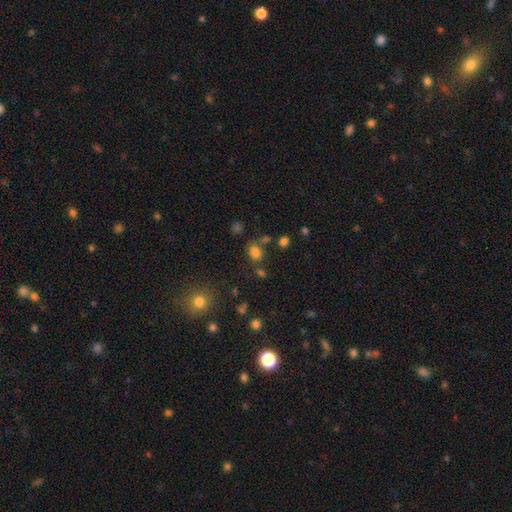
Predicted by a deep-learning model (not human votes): smooth 66%, star or artifact 27%, featured or disk 6%. Down the decision tree: how rounded — round (55%); merging — none (73%).